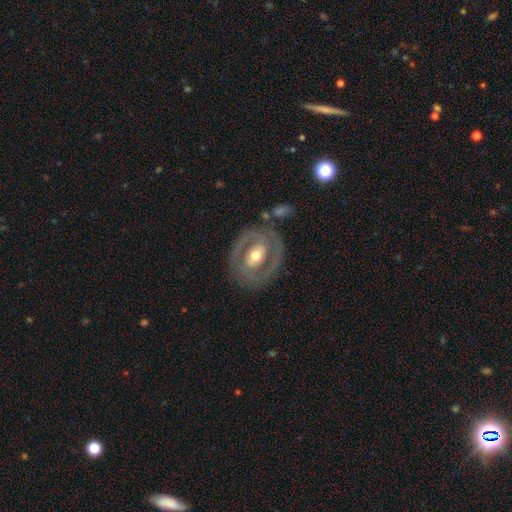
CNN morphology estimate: This is likely a featured or disk galaxy (72%). It is clearly not viewed edge-on (95%). Bar: marginally weak (35%). Spiral arm pattern: possibly yes (52%). Central bulge: likely moderate (72%). Merging: likely none (77%).